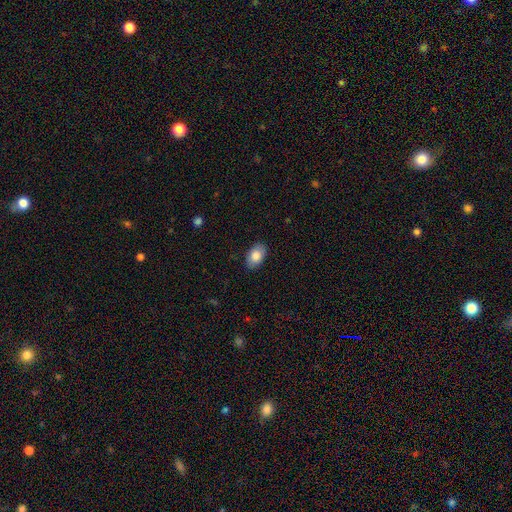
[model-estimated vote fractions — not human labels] The model was most divided on "smooth or featured": smooth: 85%, featured or disk: 9%, star or artifact: 7%. More confident: how rounded — in between (90%); merging — none (87%).